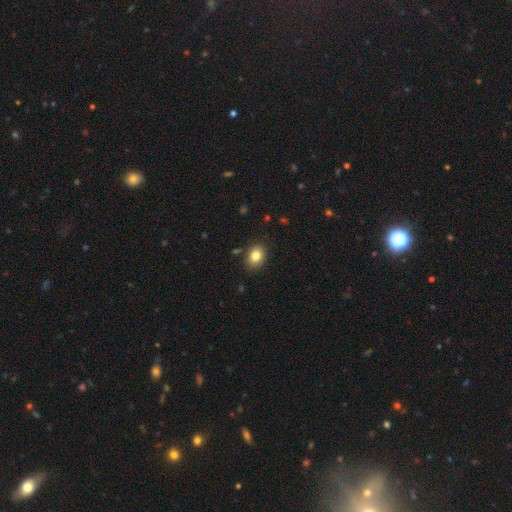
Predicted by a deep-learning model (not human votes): Smooth or featured? smooth (83%)
How rounded? in between (59%)
Merging? none (86%)